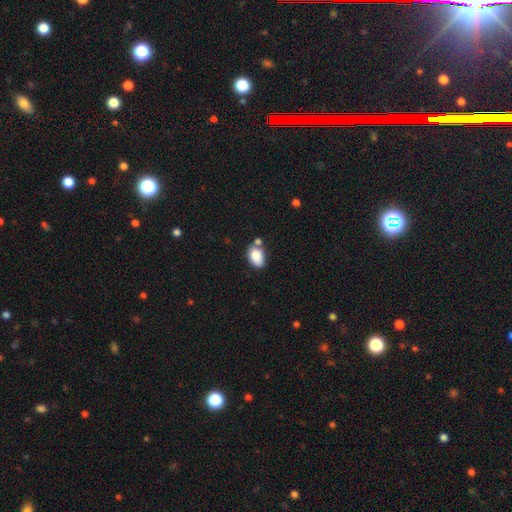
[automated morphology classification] Smooth or featured? Predicted: smooth (p=0.85). How rounded? Predicted: in between (p=0.87). Merging? Predicted: none (p=0.58).